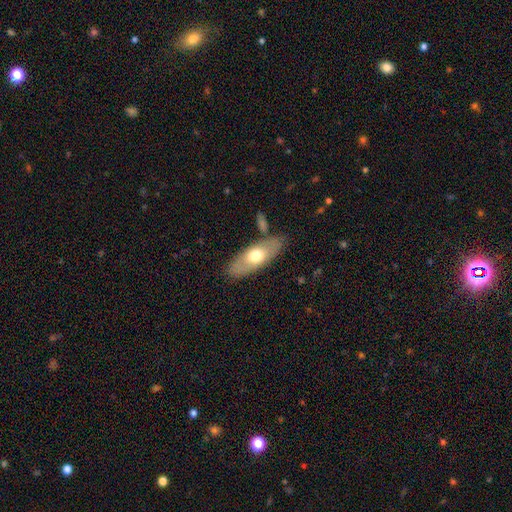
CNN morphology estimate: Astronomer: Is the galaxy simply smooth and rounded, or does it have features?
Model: smooth — 58% (runner-up: featured or disk, 37%).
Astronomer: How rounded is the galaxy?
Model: in between — 75%.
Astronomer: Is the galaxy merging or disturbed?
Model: none — 80%.